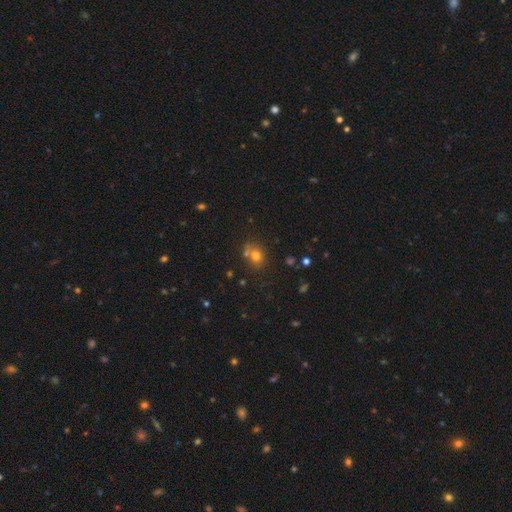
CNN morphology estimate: Overall: smooth (71%). How rounded: round (71%). Merging: none (59%; merger 24%).